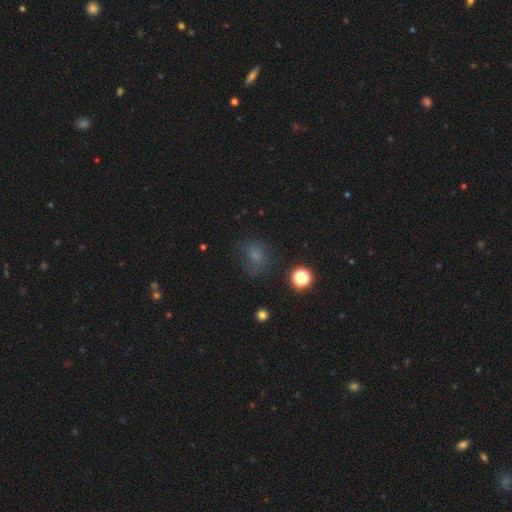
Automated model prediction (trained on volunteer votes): Smooth or featured? smooth (62%)
How rounded? round (55%)
Merging? none (58%)